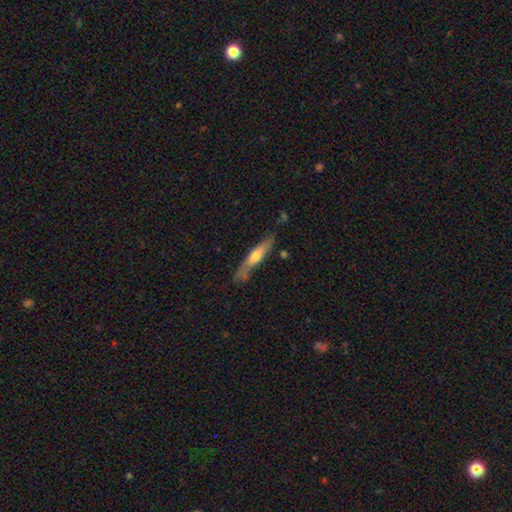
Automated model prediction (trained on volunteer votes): Smooth or featured? featured or disk (48%)
Merging? none (73%)